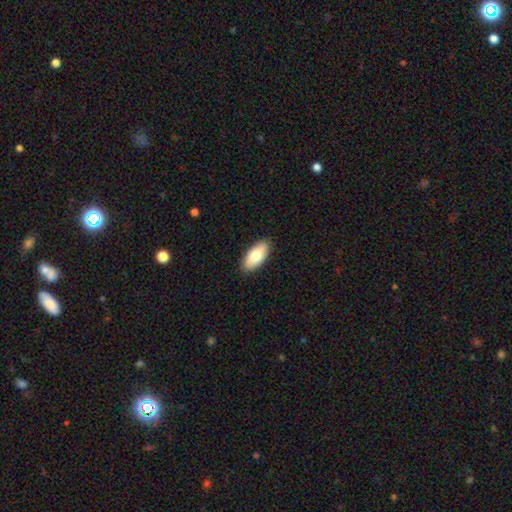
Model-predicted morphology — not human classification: Smooth or featured: smooth — 78% (featured or disk — 16%)
How rounded: in between — 91% (cigar-shaped — 7%)
Merging: none — 90% (minor disturbance — 8%)